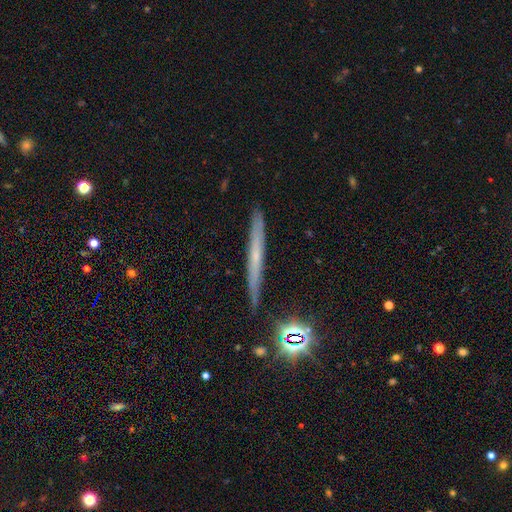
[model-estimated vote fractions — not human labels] featured or disk 51%, smooth 36%, star or artifact 14%. Down the decision tree: edge-on disk — yes (94%); merging — none (89%).